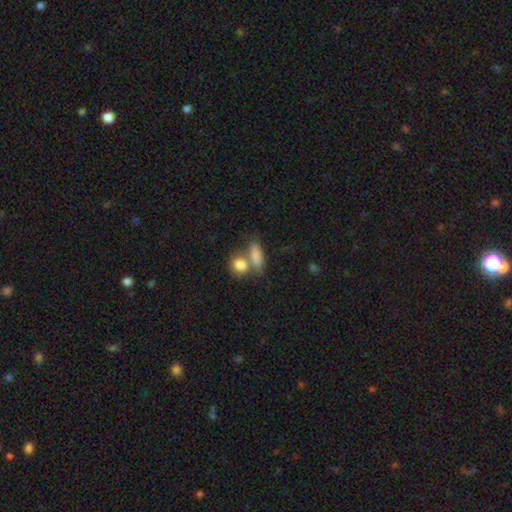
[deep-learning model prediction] This appears to be a smooth galaxy with no disk features (83%) that is in between round and cigar-shaped (71%). Merging: merger (46%).